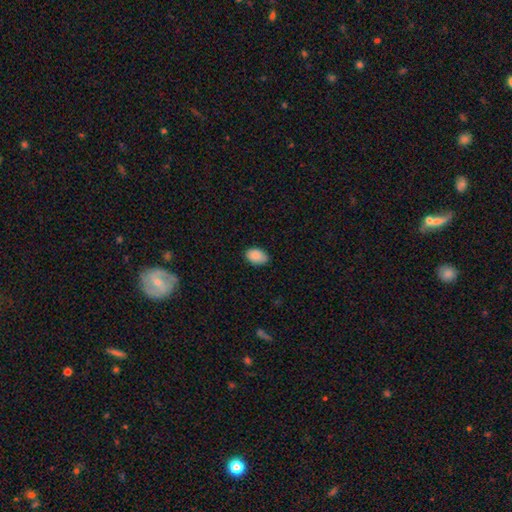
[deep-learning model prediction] Smooth or featured?
  - smooth: 89% *
  - star or artifact: 7%
  - featured or disk: 4%
How rounded?
  - in between: 89% *
  - round: 10%
  - cigar-shaped: 1%
Merging?
  - none: 81% *
  - minor disturbance: 15%
  - major disturbance: 2%
  - merger: 1%